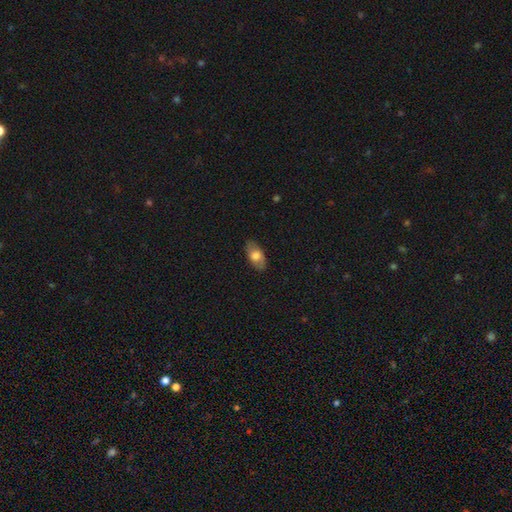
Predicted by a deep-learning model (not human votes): Overall: smooth (66%; featured or disk 28%). How rounded: in between (91%). Merging: none (84%).